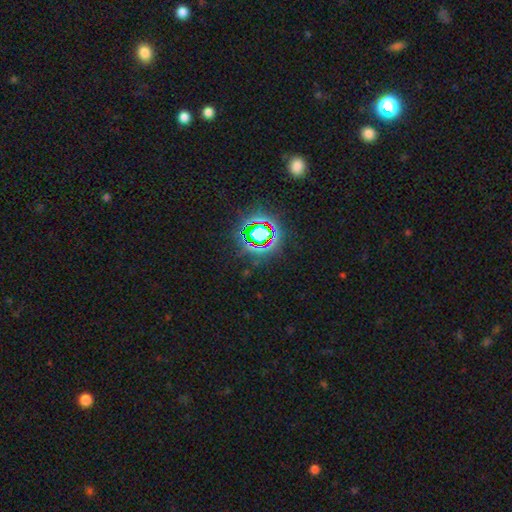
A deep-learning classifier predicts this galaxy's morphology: The model was most divided on "smooth or featured": star or artifact: 80%, smooth: 12%, featured or disk: 7%.